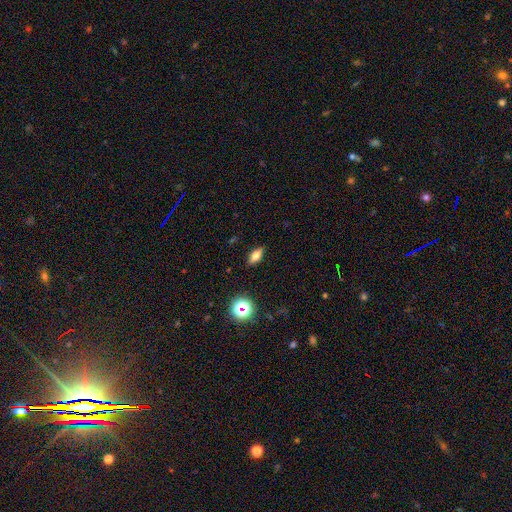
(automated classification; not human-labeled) smooth 59%, featured or disk 28%, star or artifact 12%. Down the decision tree: how rounded — in between (74%); merging — none (87%).